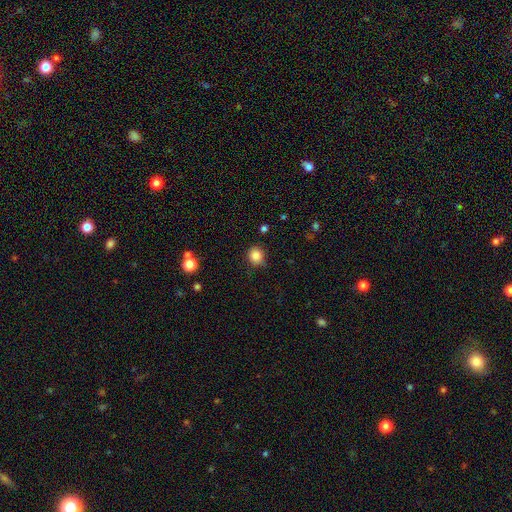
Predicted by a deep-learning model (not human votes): Smooth or featured? Predicted: smooth (p=0.85). How rounded? Predicted: round (p=0.82). Merging? Predicted: none (p=0.81).